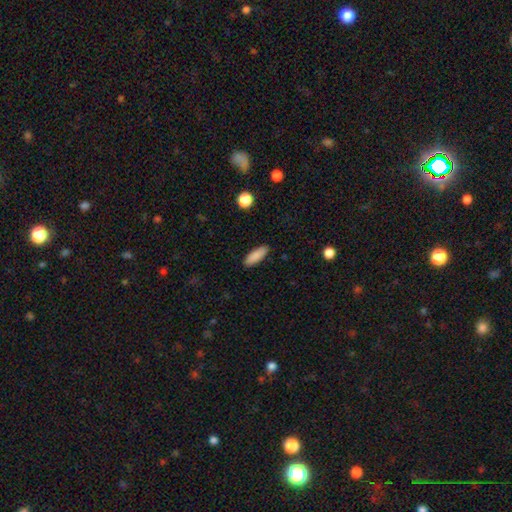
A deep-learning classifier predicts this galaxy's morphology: Smooth or featured? smooth (88%)
How rounded? in between (60%)
Merging? none (88%)